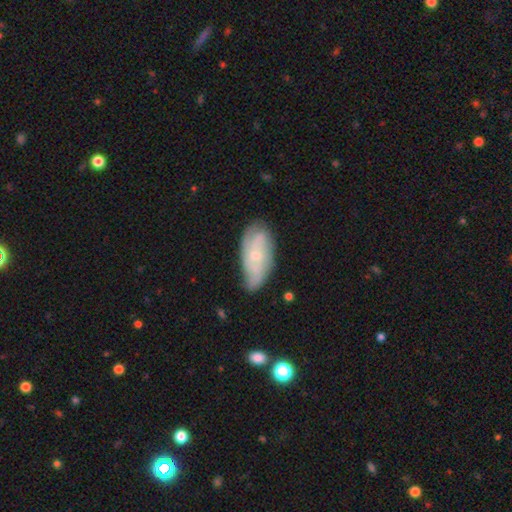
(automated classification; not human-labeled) Smooth or featured? Predicted: featured or disk (p=0.62). Edge-on disk? Predicted: no (p=0.92). Bar? Predicted: no (p=0.73). Spiral arms? Predicted: yes (p=0.83). Bulge size? Predicted: small (p=0.65). Merging? Predicted: none (p=0.65).